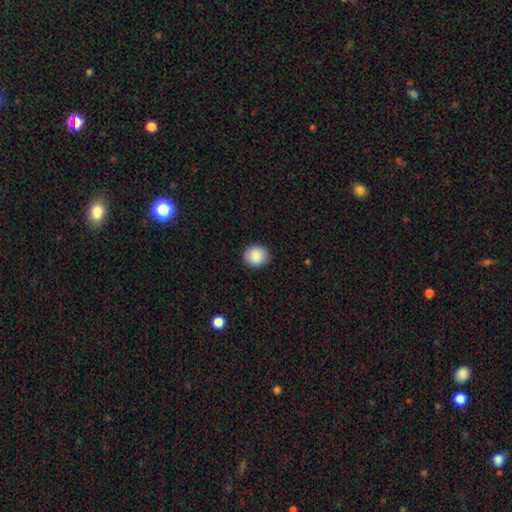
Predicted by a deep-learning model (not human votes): Smooth or featured? Predicted: smooth (p=0.88). How rounded? Predicted: round (p=0.75). Merging? Predicted: none (p=0.90).